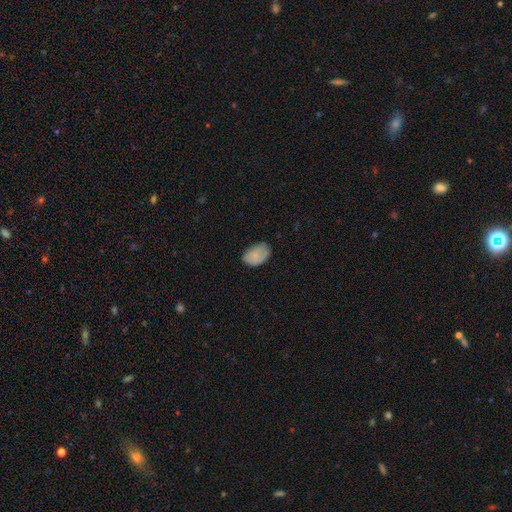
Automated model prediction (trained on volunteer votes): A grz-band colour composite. It shows a smooth galaxy with no disk features (81%) that is in between round and cigar-shaped (87%). Merging: none (71%).